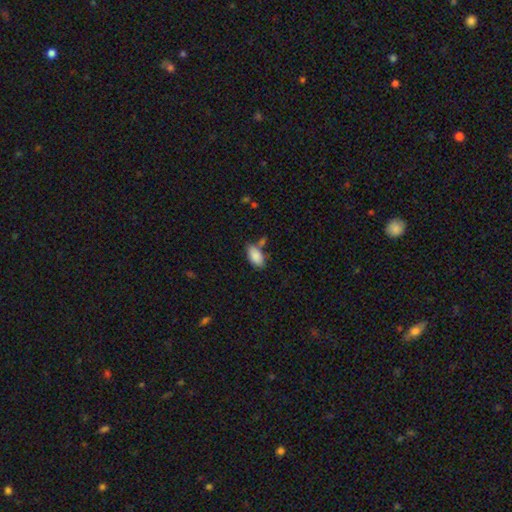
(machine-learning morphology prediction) Overall: smooth (88%). How rounded: in between (93%). Merging: none (62%).